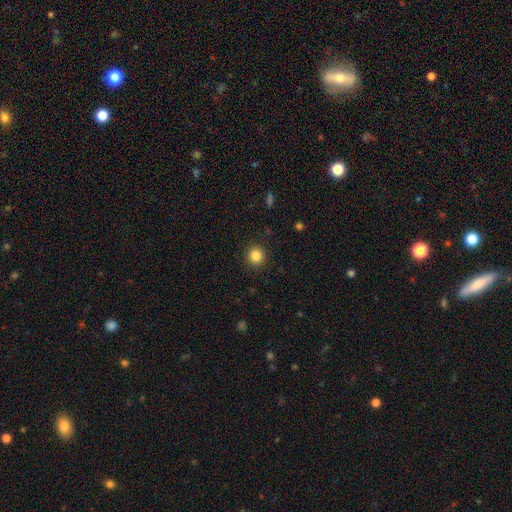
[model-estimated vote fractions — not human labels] Smooth or featured? smooth (84%)
How rounded? round (94%)
Merging? none (92%)